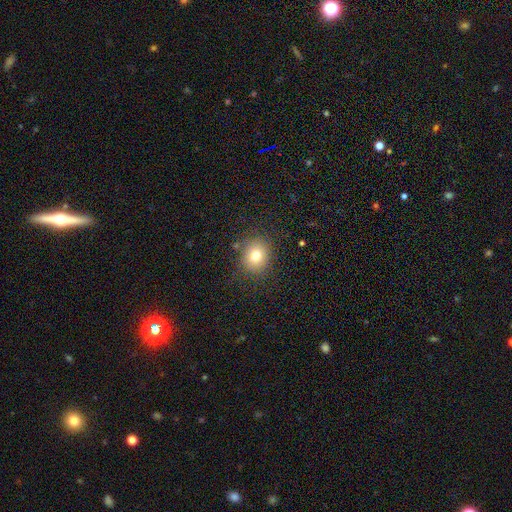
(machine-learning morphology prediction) A smooth galaxy with no disk features (77%) that is round (72%).

Vote fractions:
- Smooth or featured? smooth: 77% / star or artifact: 13% / featured or disk: 10%
- How rounded? round: 72% / in between: 27% / cigar-shaped: 1%
- Merging? none: 83% / minor disturbance: 11% / major disturbance: 4% / merger: 2%